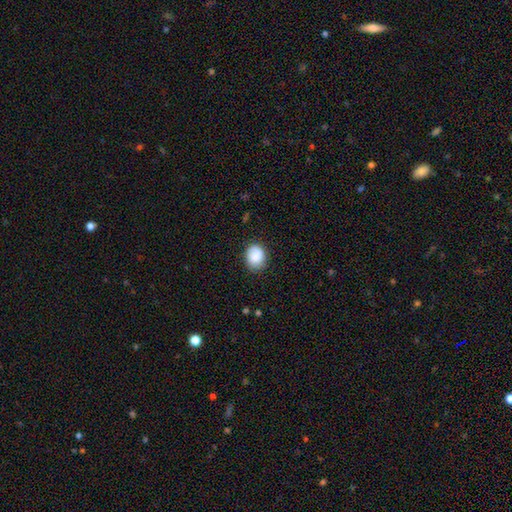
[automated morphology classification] A smooth galaxy with no disk features (87%) that is in between round and cigar-shaped (51%).

Vote fractions:
- Smooth or featured? smooth: 87% / star or artifact: 7% / featured or disk: 6%
- How rounded? in between: 51% / round: 48% / cigar-shaped: 1%
- Merging? none: 80% / minor disturbance: 15% / major disturbance: 3% / merger: 1%